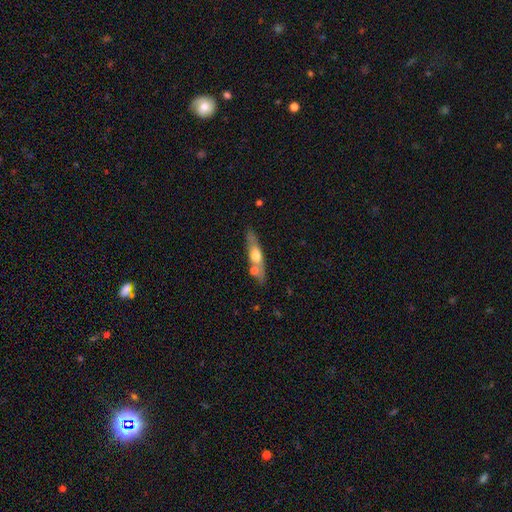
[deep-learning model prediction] This appears to be a featured or disk galaxy (51%) viewed edge-on (79%). Merging: none (68%).